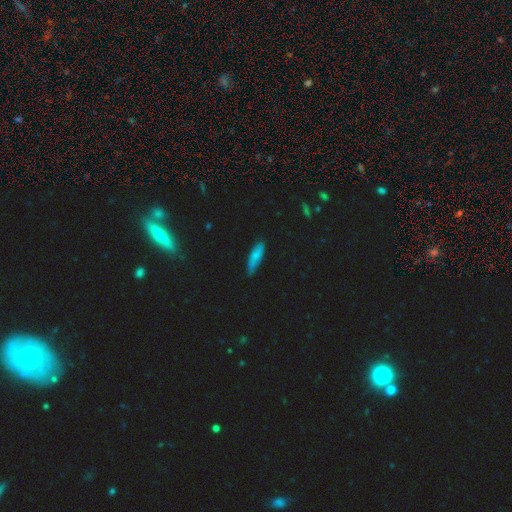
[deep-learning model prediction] Overall: smooth (72%). How rounded: cigar-shaped (50%; in between 47%). Merging: none (71%).